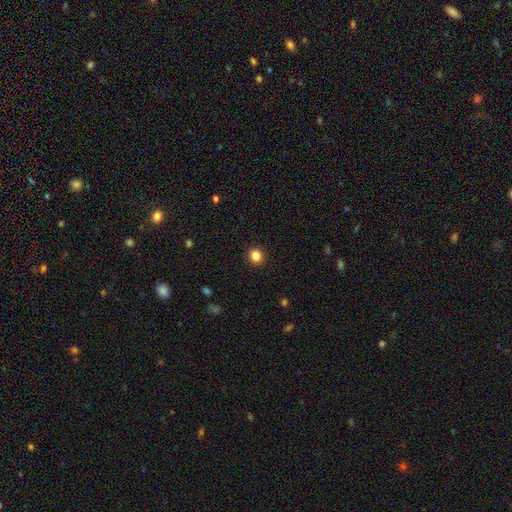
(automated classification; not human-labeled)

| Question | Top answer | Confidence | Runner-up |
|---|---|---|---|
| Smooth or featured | smooth | 84% | star or artifact (11%) |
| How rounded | round | 89% | in between (10%) |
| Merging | none | 93% | minor disturbance (5%) |